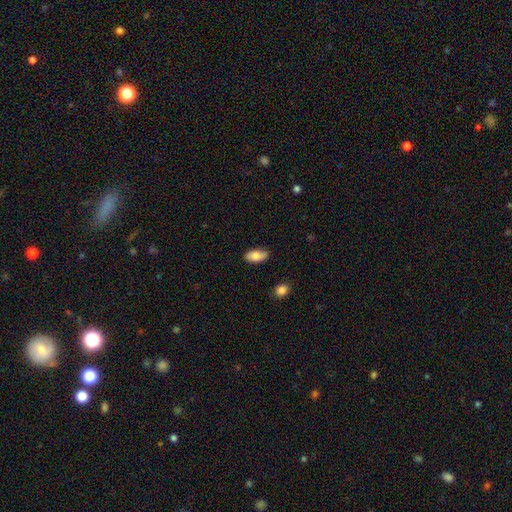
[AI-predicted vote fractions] Smooth or featured?
  - smooth: 79% *
  - featured or disk: 15%
  - star or artifact: 7%
How rounded?
  - in between: 92% *
  - cigar-shaped: 5%
  - round: 3%
Merging?
  - none: 80% *
  - minor disturbance: 16%
  - major disturbance: 2%
  - merger: 1%